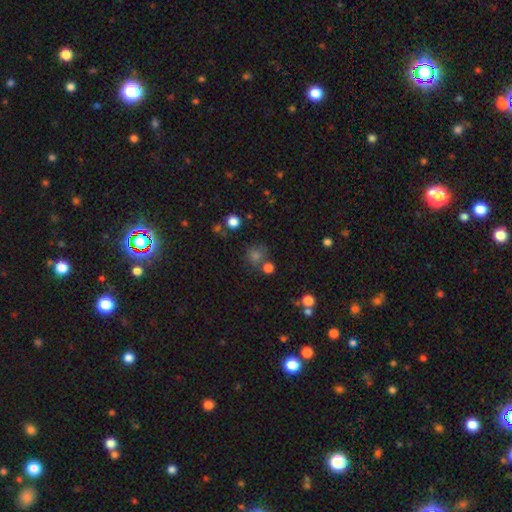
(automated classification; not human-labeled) smooth_or_featured: smooth (p=0.64) [alt: star or artifact p=0.27]
how_rounded: round (p=0.89) [alt: in between p=0.10]
merging: none (p=0.70) [alt: merger p=0.15]